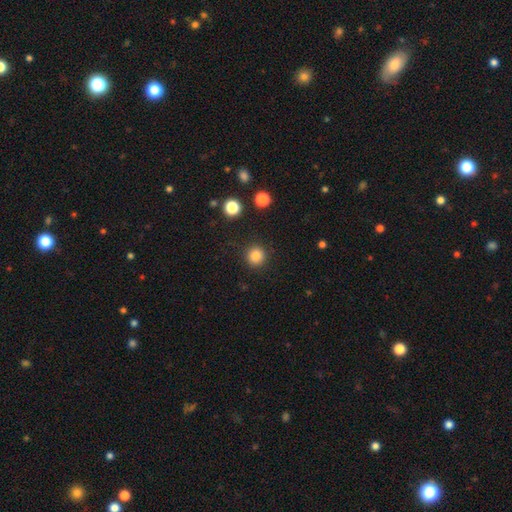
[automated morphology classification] Q: Smooth or featured?
A: smooth (84%); runner-up: star or artifact (12%)
Q: How rounded?
A: round (94%); runner-up: in between (5%)
Q: Merging?
A: none (91%); runner-up: minor disturbance (5%)